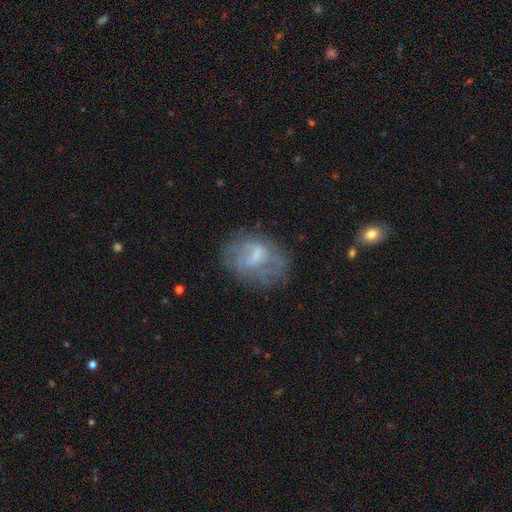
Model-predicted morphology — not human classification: This appears to be a featured or disk galaxy (55%) with a weak bar (52%), spiral arms (51%) and a small central bulge (34%). Merging: none (58%).